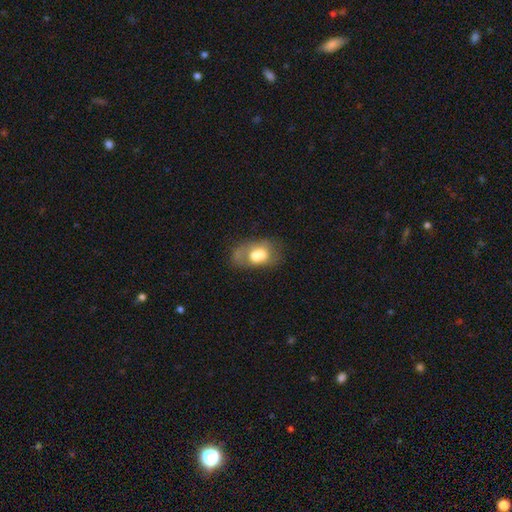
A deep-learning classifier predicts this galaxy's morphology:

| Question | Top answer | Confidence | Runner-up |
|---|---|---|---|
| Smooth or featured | smooth | 58% | featured or disk (32%) |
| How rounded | in between | 84% | round (14%) |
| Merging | merger | 31% | none (29%) |